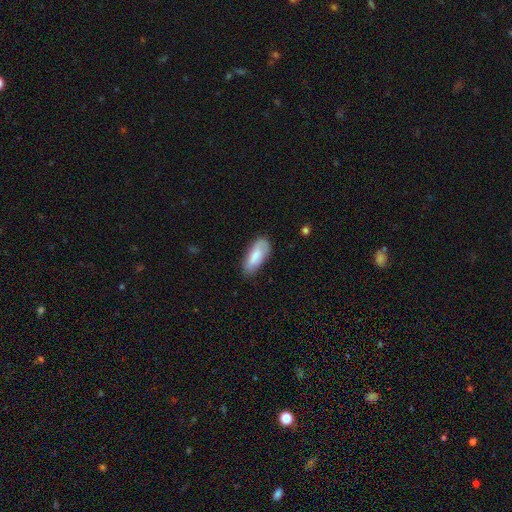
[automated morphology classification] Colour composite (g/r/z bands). It shows a smooth galaxy with no disk features (78%) that is in between round and cigar-shaped (81%). Merging: none (75%).